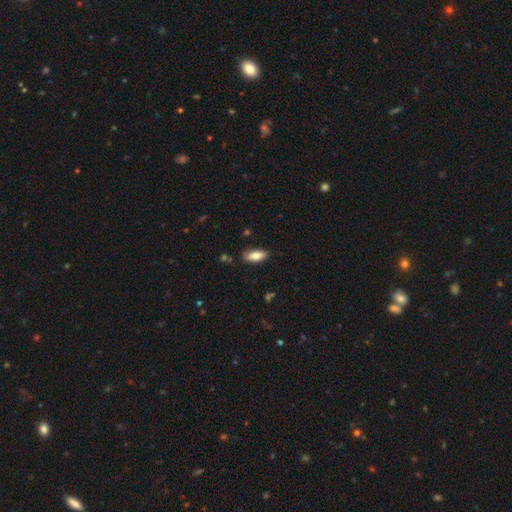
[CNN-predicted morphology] A smooth galaxy with no disk features (83%) that is in between round and cigar-shaped (83%).

Vote fractions:
- Smooth or featured? smooth: 83% / featured or disk: 11% / star or artifact: 7%
- How rounded? in between: 83% / cigar-shaped: 15% / round: 2%
- Merging? none: 83% / minor disturbance: 13% / major disturbance: 2% / merger: 2%